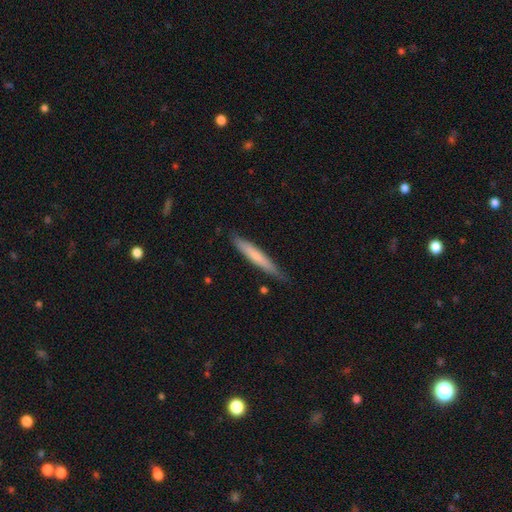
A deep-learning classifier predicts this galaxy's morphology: smooth 65%, featured or disk 29%, star or artifact 5%. Down the decision tree: how rounded — cigar-shaped (95%); merging — none (80%).